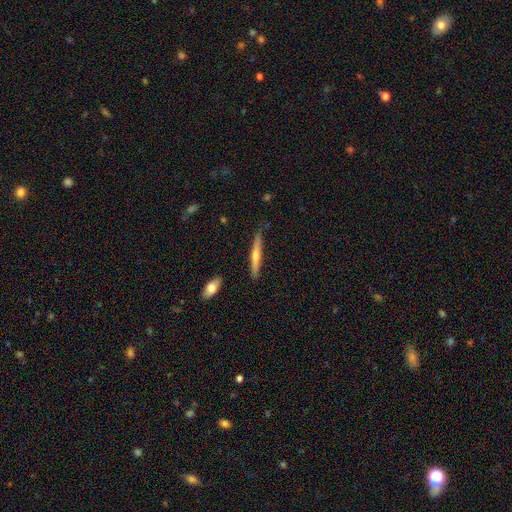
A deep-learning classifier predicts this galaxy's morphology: Smooth or featured: featured or disk — 57% (smooth — 36%)
Edge-on disk: yes — 97% (no — 3%)
Edge-on bulge: rounded — 81% (none — 14%)
Merging: none — 86% (minor disturbance — 10%)